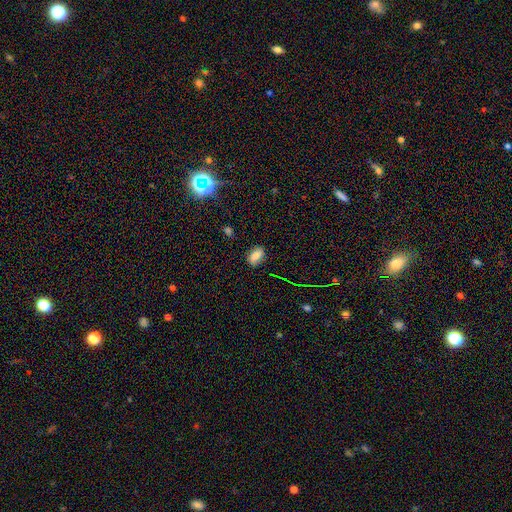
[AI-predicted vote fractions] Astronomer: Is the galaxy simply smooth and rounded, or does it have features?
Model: smooth — 73%.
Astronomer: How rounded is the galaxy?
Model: in between — 86%.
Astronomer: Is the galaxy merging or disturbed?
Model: none — 82%.